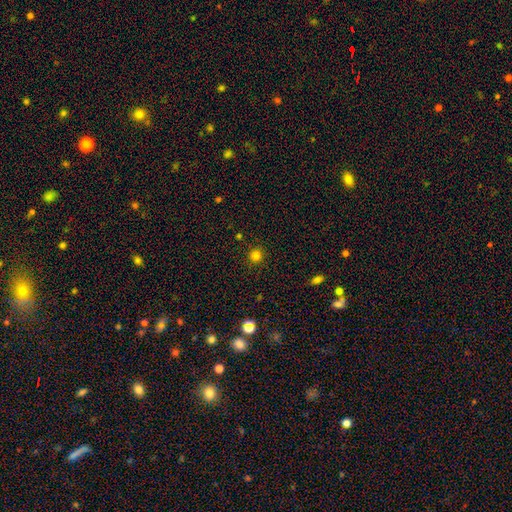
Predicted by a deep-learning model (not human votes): A smooth galaxy with no disk features (81%) that is round (93%). Merging: none (90%).